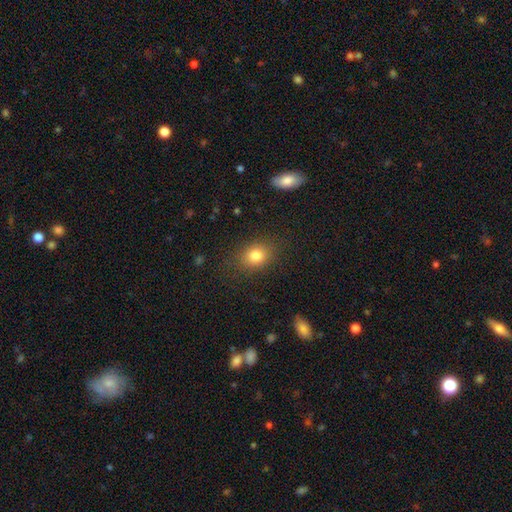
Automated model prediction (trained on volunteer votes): This is clearly a smooth galaxy (81%). How rounded: possibly round (51%). Merging: clearly none (83%).